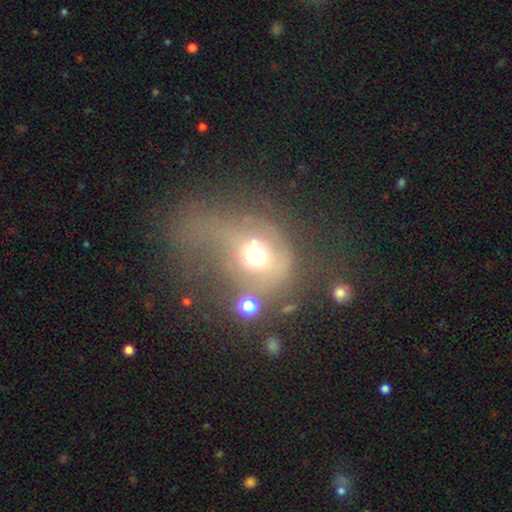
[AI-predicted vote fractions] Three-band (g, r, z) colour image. It shows a smooth galaxy with no disk features (53%) that is round (65%). Merging: major disturbance (49%).